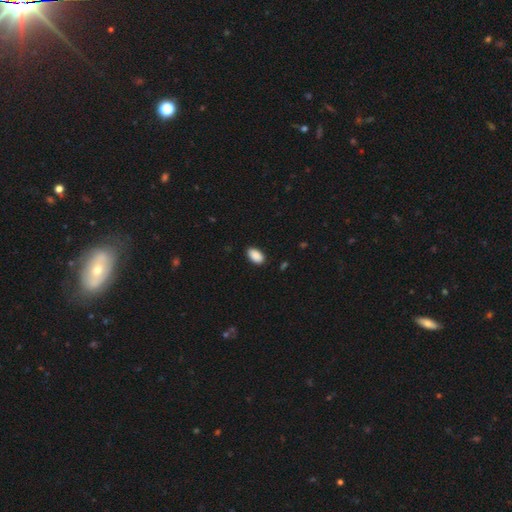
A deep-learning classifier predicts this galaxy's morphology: Q: Smooth or featured?
A: smooth (91%); runner-up: star or artifact (7%)
Q: How rounded?
A: in between (95%); runner-up: round (4%)
Q: Merging?
A: none (88%); runner-up: minor disturbance (9%)